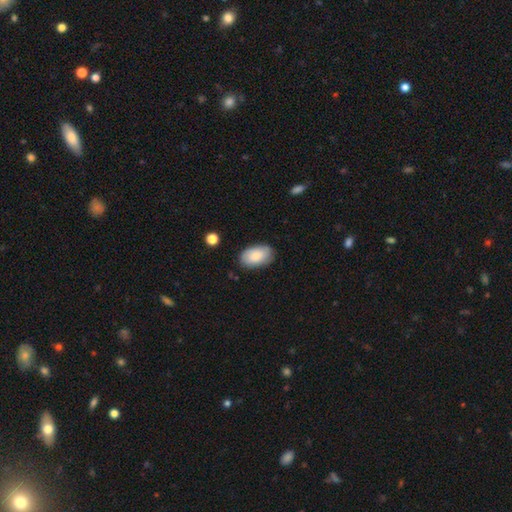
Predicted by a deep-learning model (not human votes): A smooth galaxy with no disk features (81%) that is in between round and cigar-shaped (94%).

Vote fractions:
- Smooth or featured? smooth: 81% / featured or disk: 12% / star or artifact: 6%
- How rounded? in between: 94% / round: 5% / cigar-shaped: 1%
- Merging? none: 81% / minor disturbance: 14% / major disturbance: 3% / merger: 1%